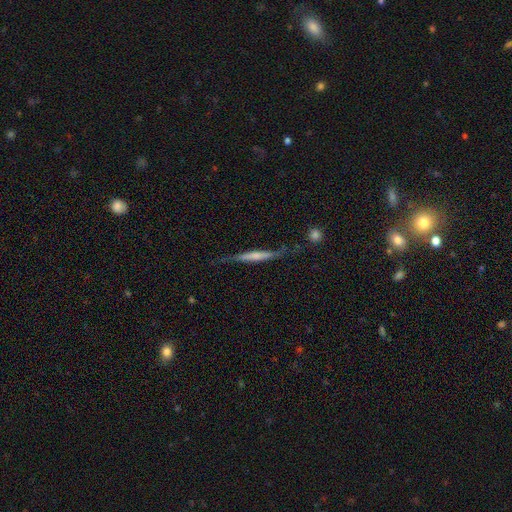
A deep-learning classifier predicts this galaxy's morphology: Smooth or featured?
  - featured or disk: 58% *
  - smooth: 36%
  - star or artifact: 6%
Edge-on disk?
  - yes: 90% *
  - no: 10%
Edge-on bulge?
  - none: 42% *
  - rounded: 36%
  - boxy: 22%
Merging?
  - none: 65% *
  - minor disturbance: 24%
  - major disturbance: 8%
  - merger: 3%